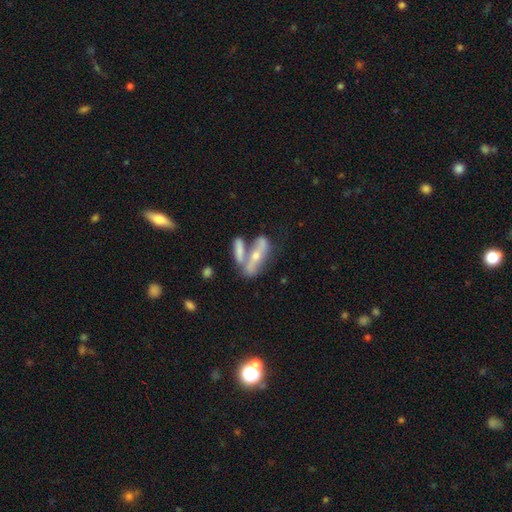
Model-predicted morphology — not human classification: Overall: featured or disk (58%; smooth 34%). Edge-on disk: yes (50%, tied with no). Merging: merger (43%; none 36%).